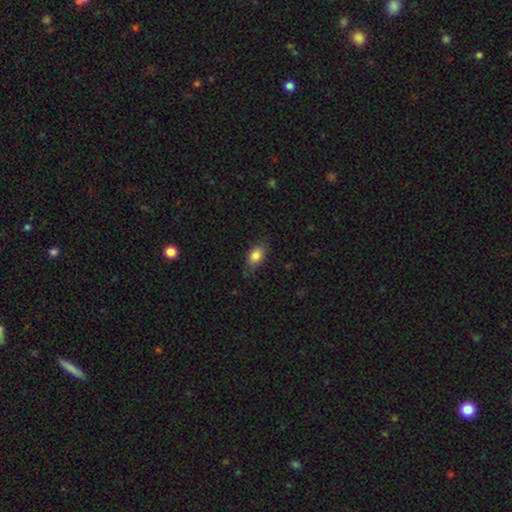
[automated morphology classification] Smooth or featured?
  - smooth: 82% *
  - featured or disk: 10%
  - star or artifact: 8%
How rounded?
  - in between: 82% *
  - round: 14%
  - cigar-shaped: 4%
Merging?
  - none: 71% *
  - minor disturbance: 22%
  - major disturbance: 6%
  - merger: 1%